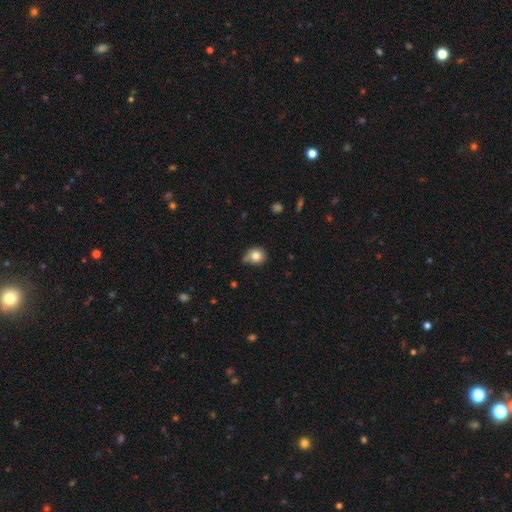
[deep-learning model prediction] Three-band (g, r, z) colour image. It shows a smooth galaxy with no disk features (79%) that is round (69%). Merging: none (56%).